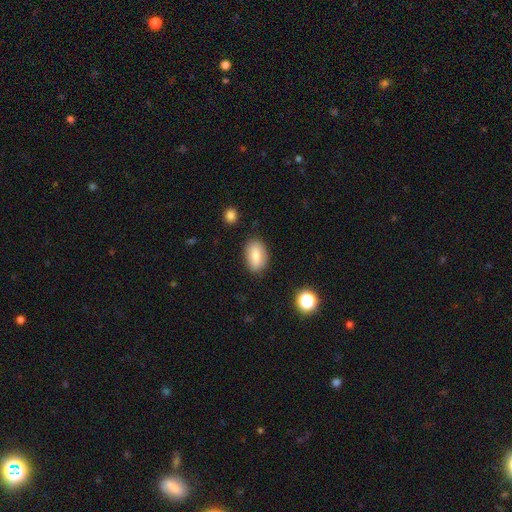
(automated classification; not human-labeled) smooth_or_featured: smooth (p=0.80) [alt: featured or disk p=0.12]
how_rounded: in between (p=0.90) [alt: round p=0.08]
merging: none (p=0.84) [alt: minor disturbance p=0.12]